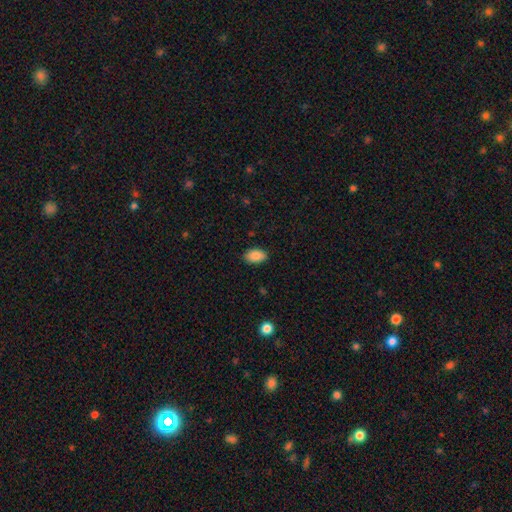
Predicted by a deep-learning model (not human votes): Morphology: type=smooth (89%); roundness=in between (93%); merging=none (88%).